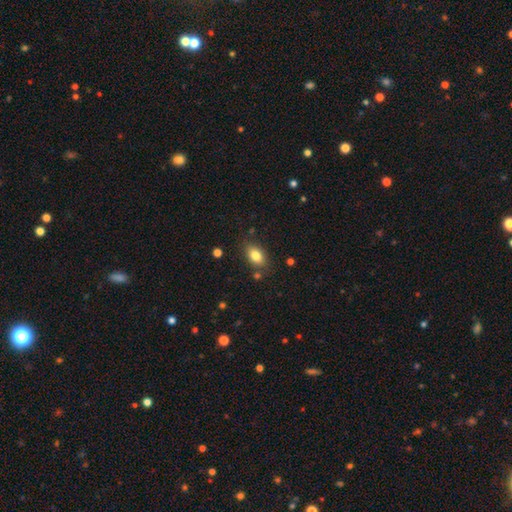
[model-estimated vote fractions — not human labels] Q: Smooth or featured?
A: smooth (82%); runner-up: featured or disk (9%)
Q: How rounded?
A: in between (85%); runner-up: round (13%)
Q: Merging?
A: none (80%); runner-up: minor disturbance (13%)